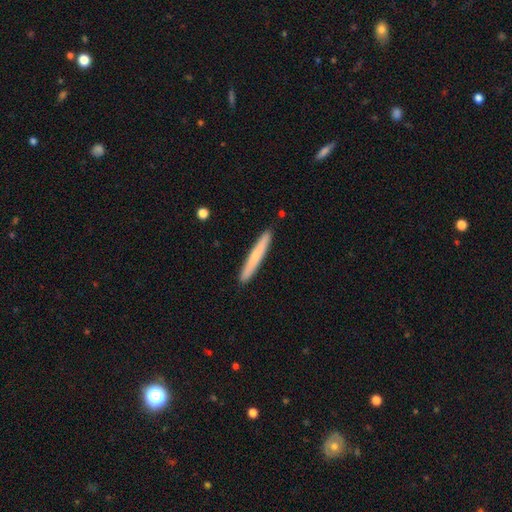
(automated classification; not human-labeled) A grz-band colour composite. It shows a smooth galaxy with no disk features (67%) that is cigar-shaped (96%). Merging: none (92%).